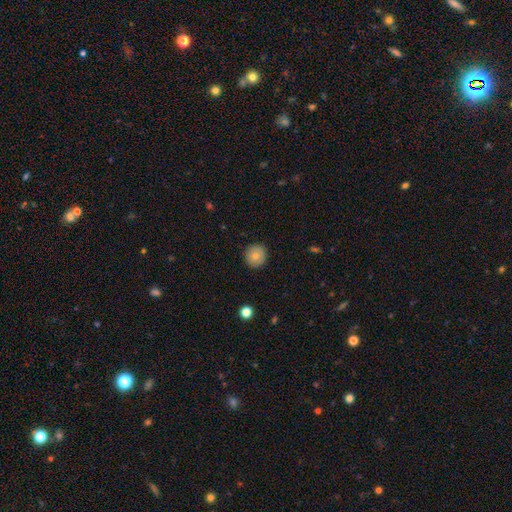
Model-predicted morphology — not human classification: This is likely a smooth galaxy (77%). How rounded: clearly round (92%). Merging: clearly none (89%).